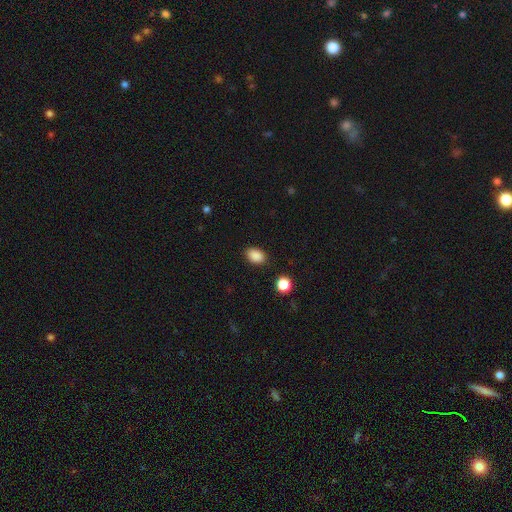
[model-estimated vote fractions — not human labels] smooth-or-featured: smooth: 88% | star or artifact: 10% | featured or disk: 3%
  how-rounded: in between: 77% | round: 22% | cigar-shaped: 1%
  merging: none: 86% | minor disturbance: 10% | major disturbance: 3% | merger: 2%